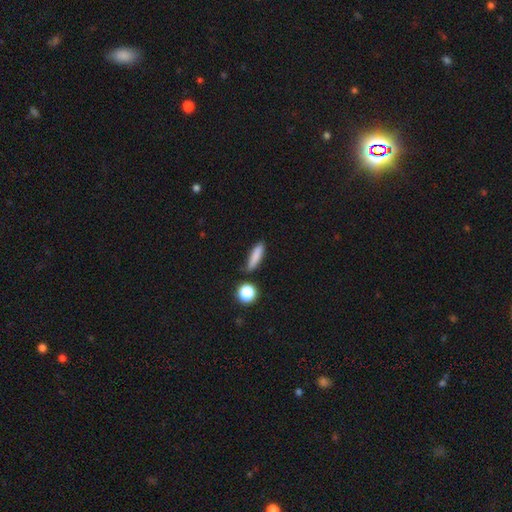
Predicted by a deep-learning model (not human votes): Overall: smooth (83%). How rounded: cigar-shaped (69%). Merging: none (80%).